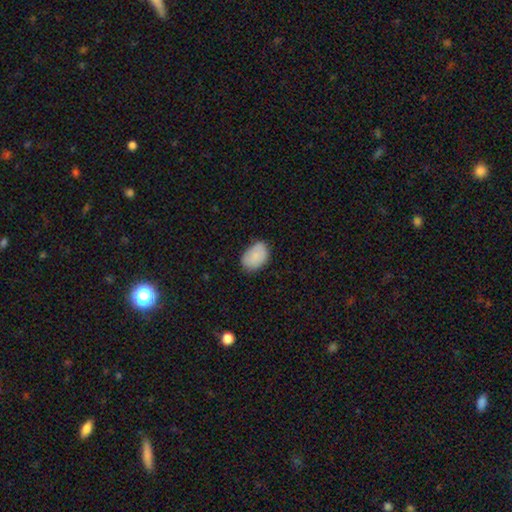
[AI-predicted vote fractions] A smooth galaxy with no disk features (86%) that is in between round and cigar-shaped (84%). Merging: none (70%).